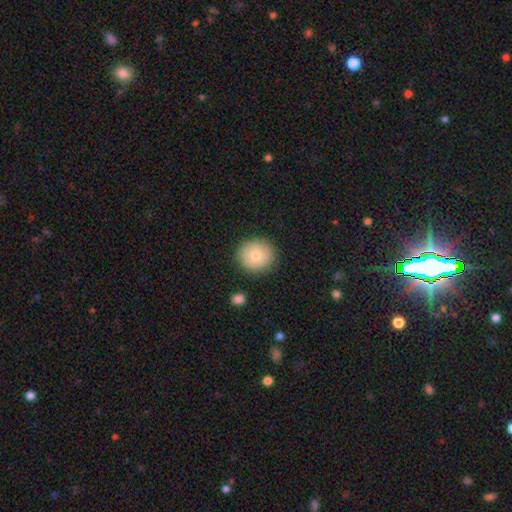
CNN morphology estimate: Overall: smooth (76%). How rounded: round (85%). Merging: none (86%).